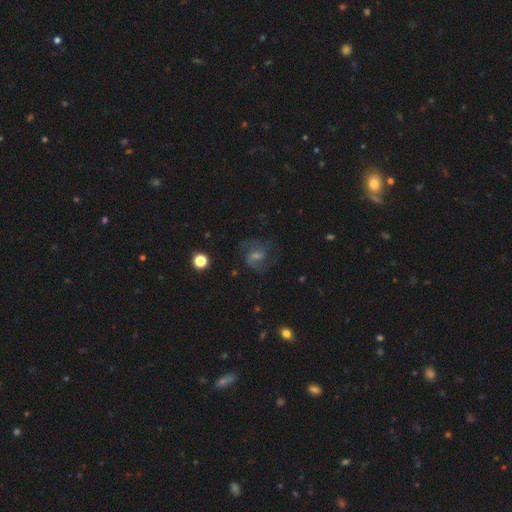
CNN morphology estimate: Overall: featured or disk (64%). Edge-on disk: no (97%). Bar: weak (51%; no 35%). Spiral arms: yes (89%). Spiral arm count: 2 (58%; can't tell 20%). Spiral winding: medium (51%; loose 26%). Bulge size: small (43%; moderate 40%). Merging: none (70%).